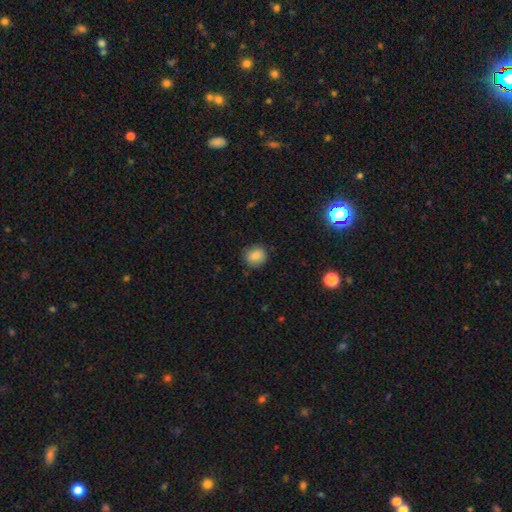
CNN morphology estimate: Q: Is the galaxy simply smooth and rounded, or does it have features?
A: smooth — 83%.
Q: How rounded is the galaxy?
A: round — 77%.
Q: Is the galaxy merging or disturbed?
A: none — 83%.